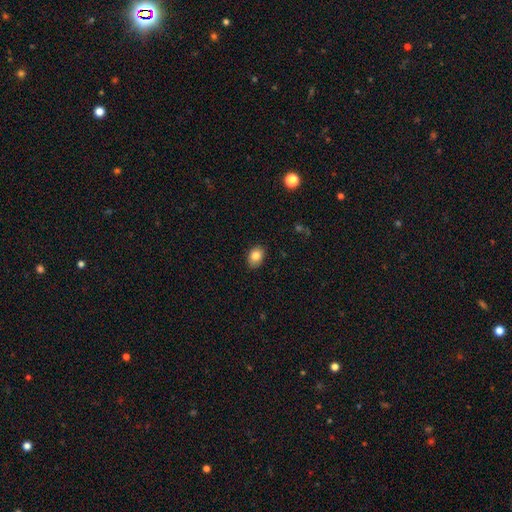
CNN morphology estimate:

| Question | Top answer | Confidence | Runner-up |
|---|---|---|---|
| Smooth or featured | smooth | 83% | star or artifact (9%) |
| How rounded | in between | 75% | round (24%) |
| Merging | none | 85% | minor disturbance (11%) |